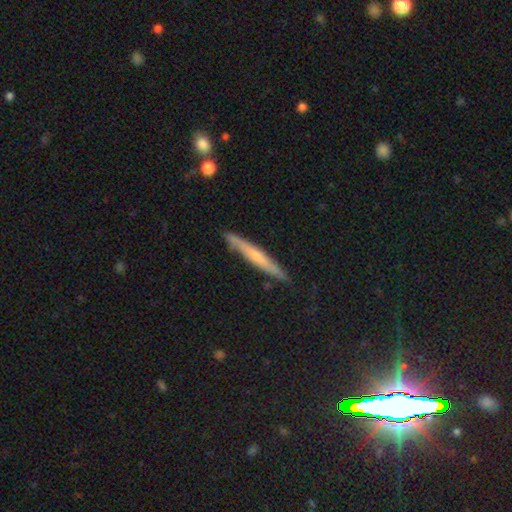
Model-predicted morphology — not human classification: The model was most divided on "smooth or featured": featured or disk: 54%, smooth: 31%, star or artifact: 15%. More confident: edge-on disk — yes (94%); merging — none (86%); edge-on bulge — rounded (58%).